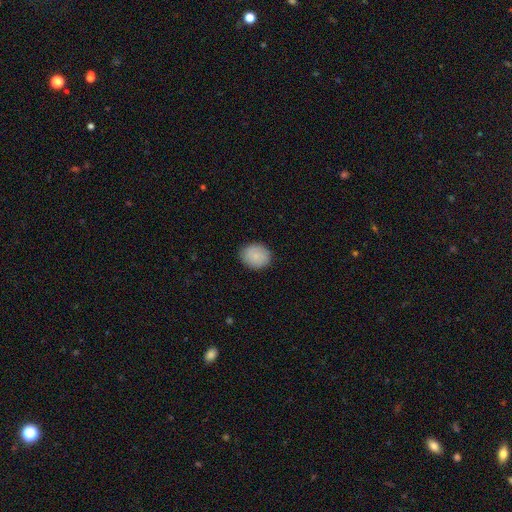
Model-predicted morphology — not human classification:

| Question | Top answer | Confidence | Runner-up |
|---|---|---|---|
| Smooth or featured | smooth | 87% | star or artifact (7%) |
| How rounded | round | 67% | in between (32%) |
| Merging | none | 88% | minor disturbance (9%) |